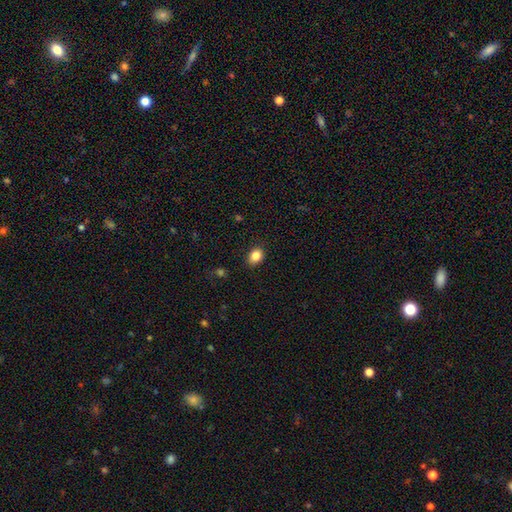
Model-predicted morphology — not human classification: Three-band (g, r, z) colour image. It shows a smooth galaxy with no disk features (85%) that is in between round and cigar-shaped (59%). Merging: none (86%).